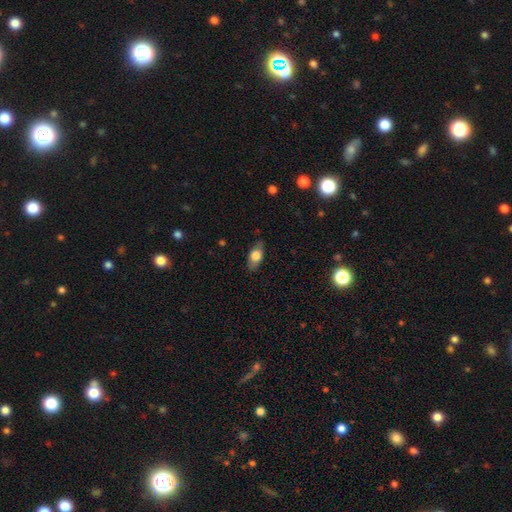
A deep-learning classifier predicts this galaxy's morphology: smooth_or_featured: smooth (p=0.71) [alt: featured or disk p=0.22]
how_rounded: in between (p=0.84) [alt: cigar-shaped p=0.09]
merging: none (p=0.81) [alt: minor disturbance p=0.15]